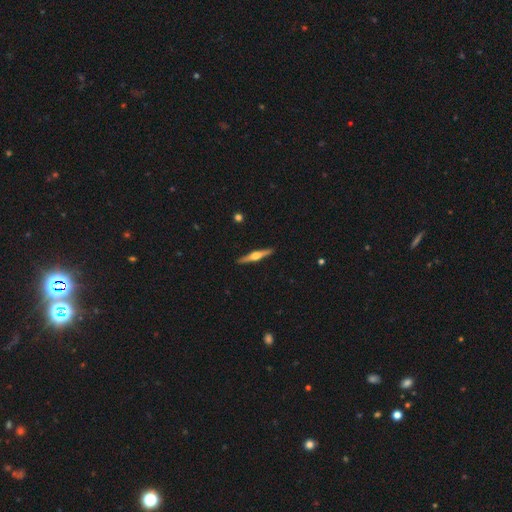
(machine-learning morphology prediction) featured or disk 72%, smooth 23%, star or artifact 5%. Down the decision tree: edge-on disk — yes (98%); edge-on bulge — rounded (93%); merging — none (92%).